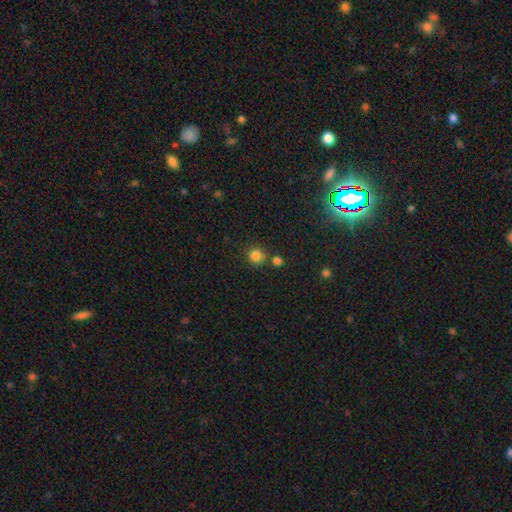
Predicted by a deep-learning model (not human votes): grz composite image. It shows a smooth galaxy with no disk features (81%) that is round (91%). Merging: none (71%).